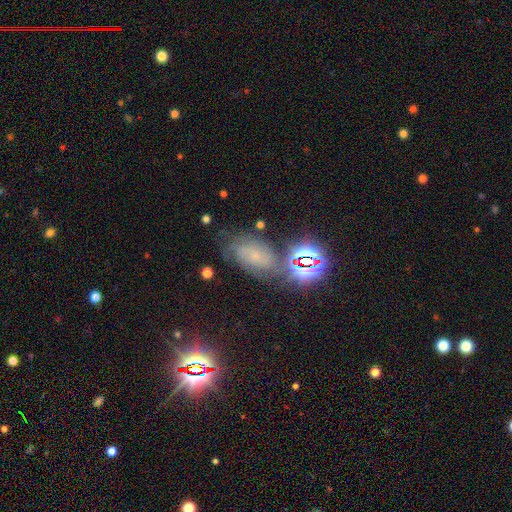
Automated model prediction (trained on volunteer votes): This is possibly a featured or disk galaxy (48%). Merging: likely none (61%).